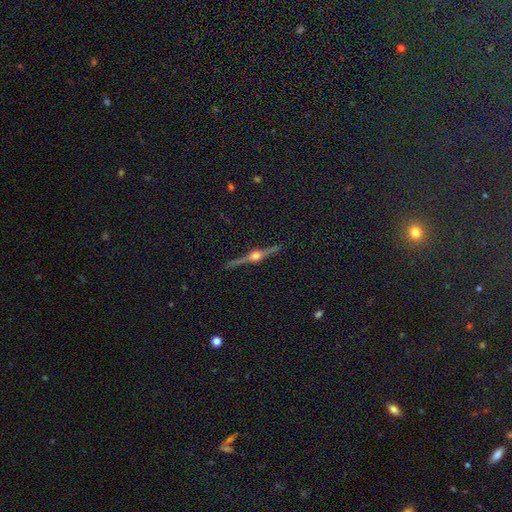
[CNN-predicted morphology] Smooth or featured? Predicted: featured or disk (p=0.85). Edge-on disk? Predicted: yes (p=0.98). Edge-on bulge? Predicted: rounded (p=0.96). Merging? Predicted: none (p=0.91).